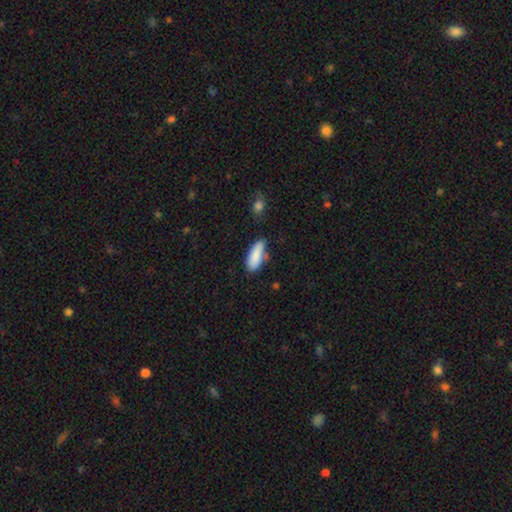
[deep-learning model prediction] Smooth or featured?
  - smooth: 86% *
  - featured or disk: 7%
  - star or artifact: 6%
How rounded?
  - in between: 76% *
  - cigar-shaped: 22%
  - round: 2%
Merging?
  - none: 60% *
  - minor disturbance: 27%
  - merger: 6%
  - major disturbance: 6%